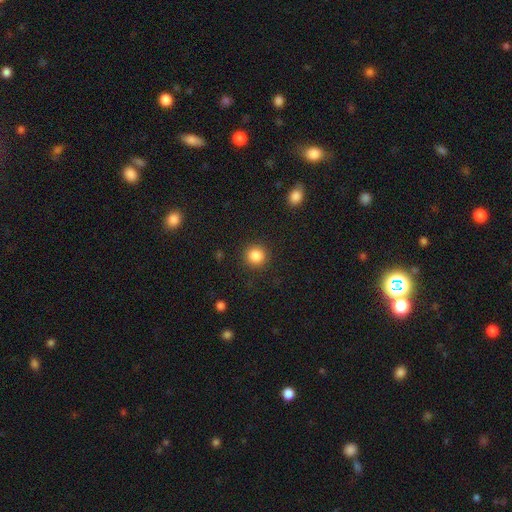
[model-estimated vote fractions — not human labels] The model was most divided on "smooth or featured": smooth: 85%, star or artifact: 10%, featured or disk: 4%. More confident: how rounded — round (93%); merging — none (90%).